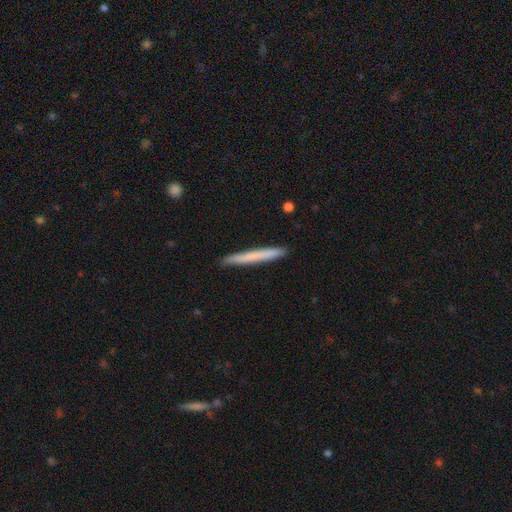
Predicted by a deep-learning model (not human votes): smooth_or_featured: smooth (p=0.67) [alt: featured or disk p=0.28]
how_rounded: cigar-shaped (p=0.97) [alt: in between p=0.02]
merging: none (p=0.92) [alt: minor disturbance p=0.06]